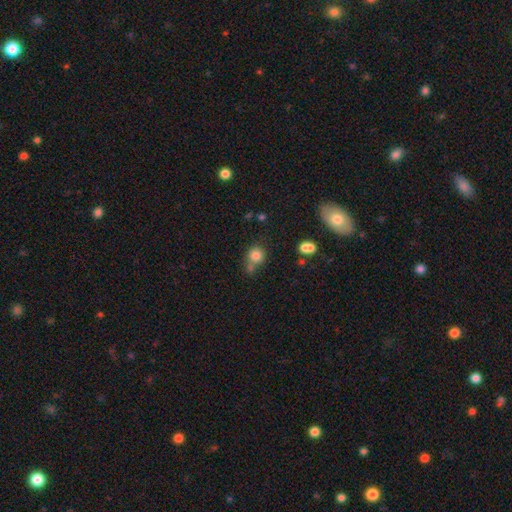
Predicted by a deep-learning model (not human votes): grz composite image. It shows a smooth galaxy with no disk features (81%) that is round (83%). Merging: none (52%).